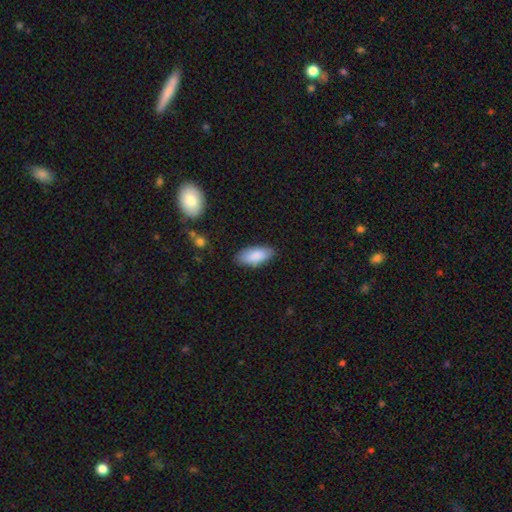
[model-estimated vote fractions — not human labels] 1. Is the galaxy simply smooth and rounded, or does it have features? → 87% smooth, 7% featured or disk, 6% star or artifact.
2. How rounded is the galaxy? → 90% in between, 8% cigar-shaped, 2% round.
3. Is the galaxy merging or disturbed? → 82% none, 14% minor disturbance, 3% major disturbance, 1% merger.